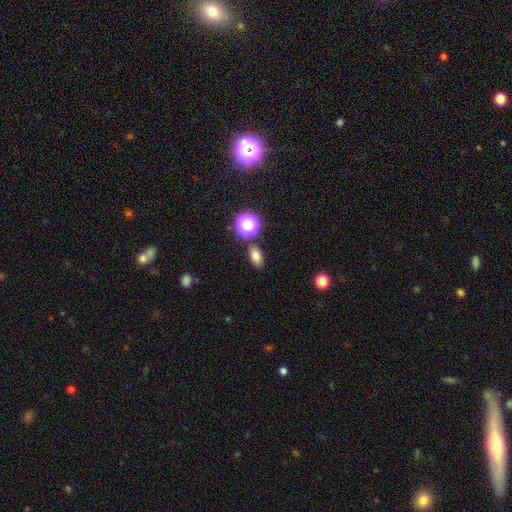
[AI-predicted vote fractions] This appears to be a smooth galaxy with no disk features (77%) that is in between round and cigar-shaped (81%). Merging: none (82%).